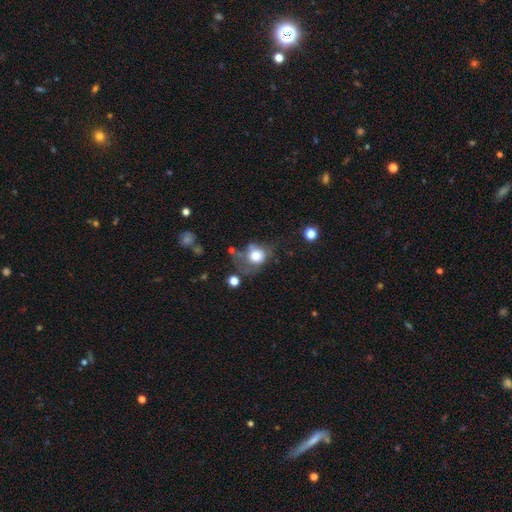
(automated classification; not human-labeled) Smooth or featured? smooth (74%)
How rounded? round (71%)
Merging? none (37%)